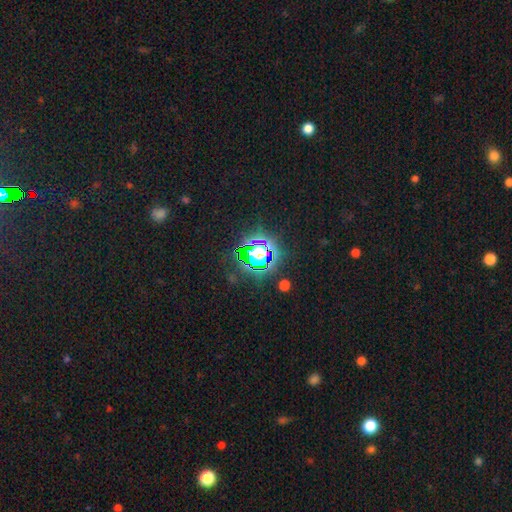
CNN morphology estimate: A star or artifact, not a galaxy (78%).

Vote fractions:
- Smooth or featured? star or artifact: 78% / smooth: 14% / featured or disk: 8%